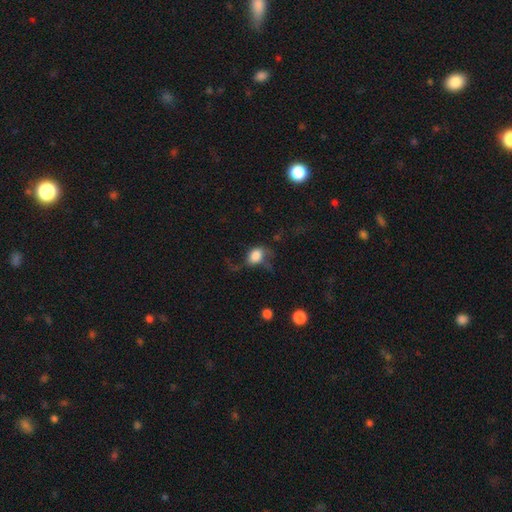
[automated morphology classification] Smooth or featured: smooth — 71% (featured or disk — 20%)
How rounded: in between — 67% (round — 32%)
Merging: none — 36% (tied with major disturbance — 36%)